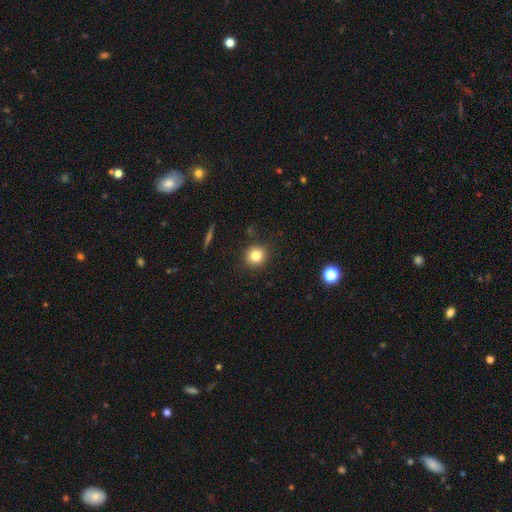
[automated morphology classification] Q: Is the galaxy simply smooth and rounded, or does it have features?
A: smooth — 80%.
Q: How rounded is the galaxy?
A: round — 91%.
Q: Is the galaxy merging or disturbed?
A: none — 89%.